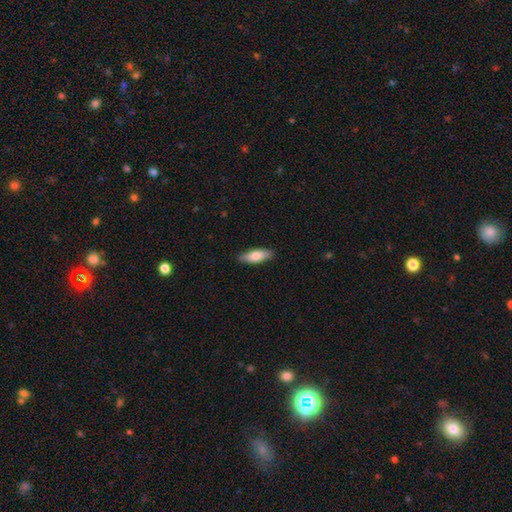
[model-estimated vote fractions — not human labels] Overall: smooth (78%). How rounded: in between (65%; cigar-shaped 33%). Merging: none (88%).